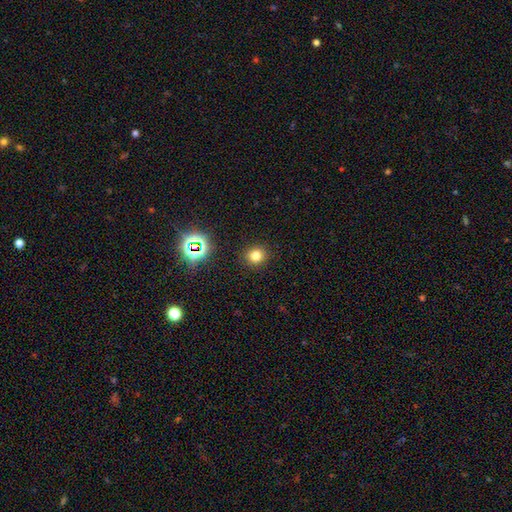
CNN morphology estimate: The model was most divided on "smooth or featured": smooth: 75%, star or artifact: 19%, featured or disk: 6%. More confident: merging — none (90%); how rounded — round (86%).